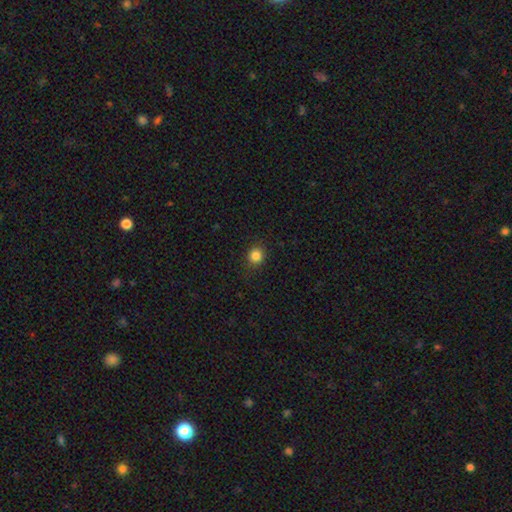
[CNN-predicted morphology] A smooth galaxy with no disk features (84%) that is round (84%).

Vote fractions:
- Smooth or featured? smooth: 84% / star or artifact: 12% / featured or disk: 4%
- How rounded? round: 84% / in between: 15% / cigar-shaped: 1%
- Merging? none: 89% / minor disturbance: 8% / major disturbance: 2% / merger: 1%